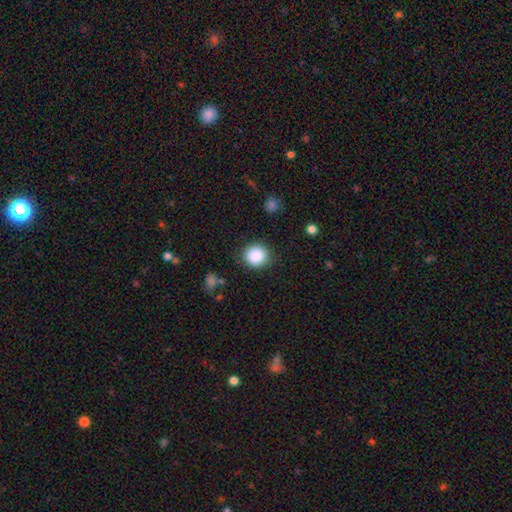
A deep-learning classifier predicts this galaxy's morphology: The model was most divided on "smooth or featured": smooth: 87%, star or artifact: 9%, featured or disk: 3%. More confident: how rounded — round (90%); merging — none (87%).